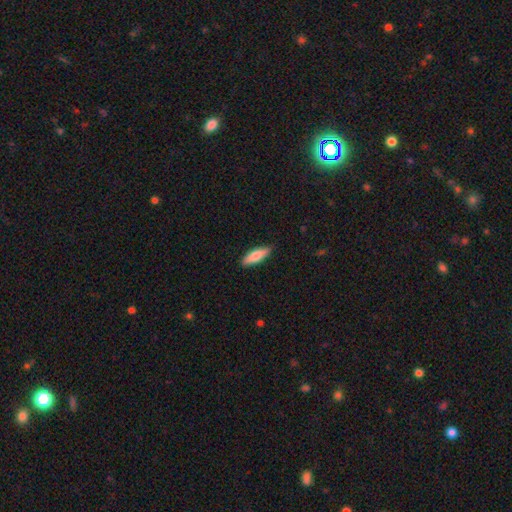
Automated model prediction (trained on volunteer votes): Smooth or featured? smooth (77%)
How rounded? in between (50%)
Merging? none (87%)